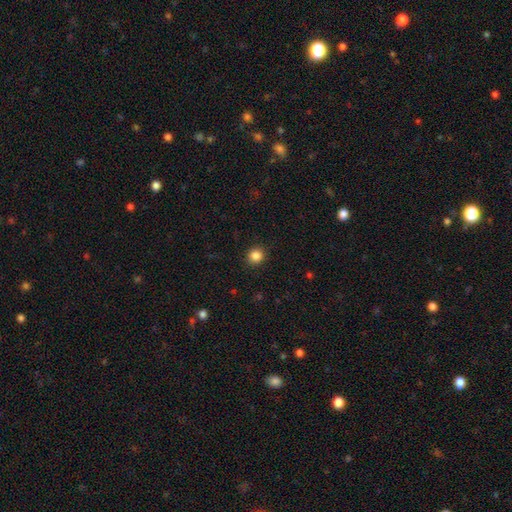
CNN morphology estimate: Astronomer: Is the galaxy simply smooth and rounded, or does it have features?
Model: smooth — 86%.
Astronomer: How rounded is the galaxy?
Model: round — 89%.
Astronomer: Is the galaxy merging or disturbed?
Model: none — 91%.